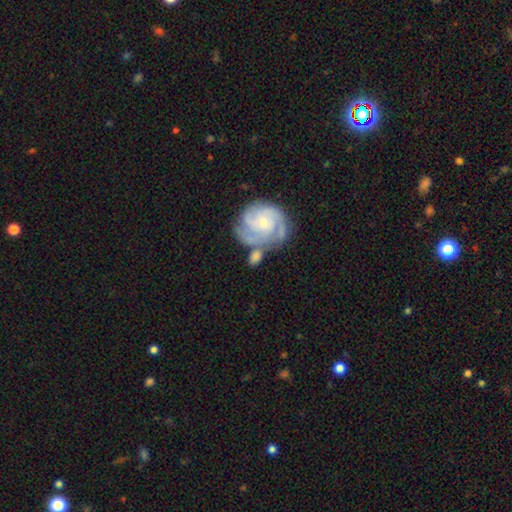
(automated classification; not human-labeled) smooth_or_featured: featured or disk (p=0.62) [alt: smooth p=0.32]
disk_edge_on: no (p=0.97) [alt: yes p=0.03]
bar: no (p=0.66) [alt: weak p=0.28]
has_spiral_arms: yes (p=0.89) [alt: no p=0.11]
spiral_winding: tight (p=0.58) [alt: medium p=0.33]
spiral_arm_count: 3 (p=0.33) [alt: can't tell p=0.26]
bulge_size: small (p=0.66) [alt: moderate p=0.24]
merging: none (p=0.49) [alt: merger p=0.23]